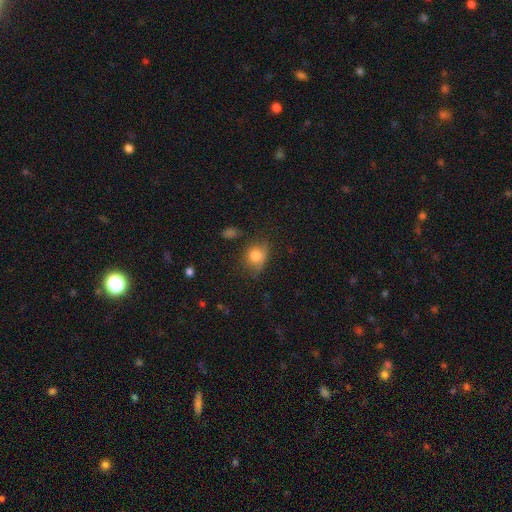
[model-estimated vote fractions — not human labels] Smooth or featured? smooth (77%)
How rounded? round (53%)
Merging? none (54%)